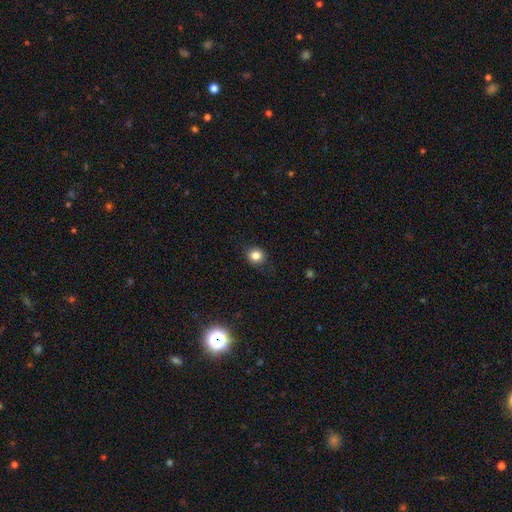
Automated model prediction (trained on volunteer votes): Smooth or featured? smooth (83%)
How rounded? round (82%)
Merging? none (87%)